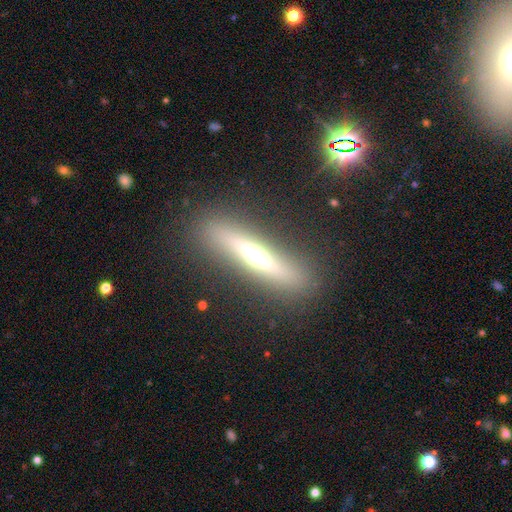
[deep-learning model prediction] This is possibly a featured or disk galaxy (58%). It is clearly viewed edge-on (88%). Edge-on bulge: clearly rounded (91%). Merging: clearly none (88%).